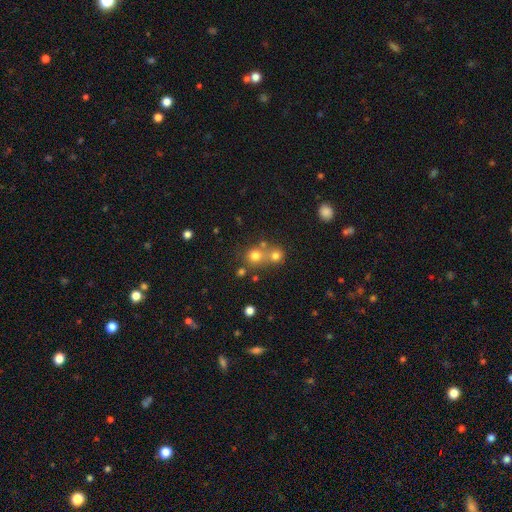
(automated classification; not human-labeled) This is likely a smooth galaxy (72%). How rounded: clearly round (86%). Merging: possibly none (48%).